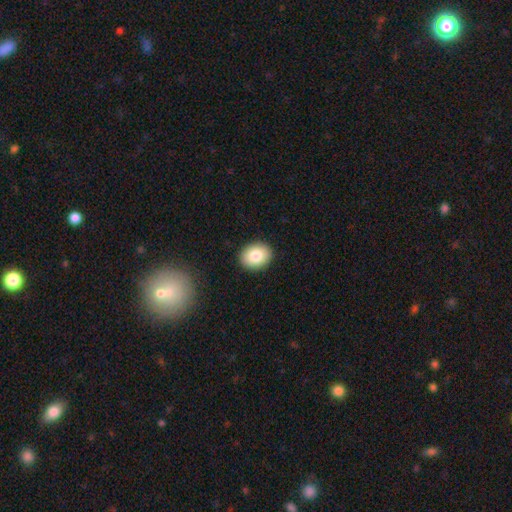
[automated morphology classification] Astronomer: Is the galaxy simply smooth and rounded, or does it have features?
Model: smooth — 83%.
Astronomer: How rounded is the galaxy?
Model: in between — 57% (runner-up: round, 42%).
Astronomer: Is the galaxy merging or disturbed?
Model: none — 90%.